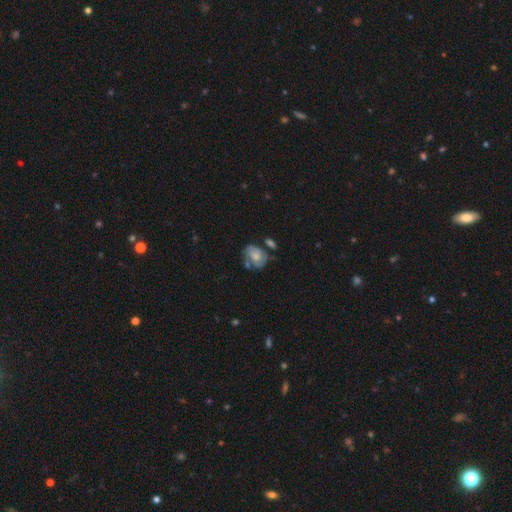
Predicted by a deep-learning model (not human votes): smooth_or_featured: featured or disk (p=0.51) [alt: smooth p=0.42]
disk_edge_on: no (p=0.96) [alt: yes p=0.04]
merging: none (p=0.48) [alt: minor disturbance p=0.24]